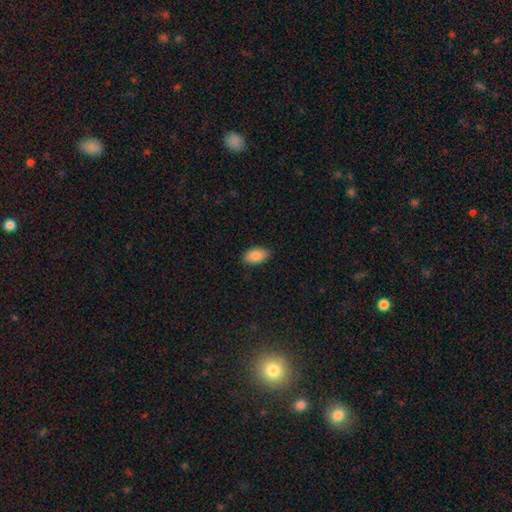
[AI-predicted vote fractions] smooth_or_featured: smooth (p=0.88) [alt: star or artifact p=0.07]
how_rounded: in between (p=0.94) [alt: round p=0.04]
merging: none (p=0.86) [alt: minor disturbance p=0.11]